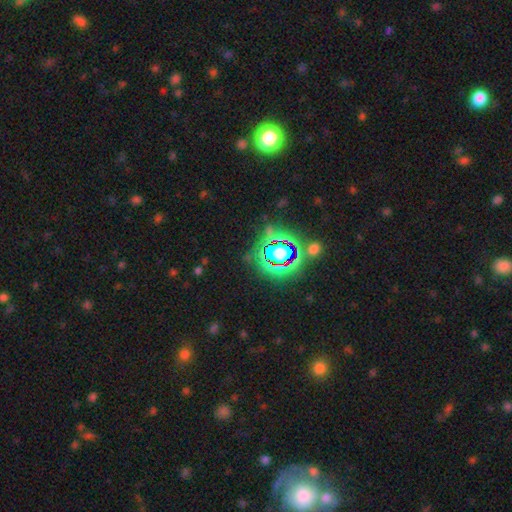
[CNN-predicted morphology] Smooth or featured? Predicted: star or artifact (p=0.76).